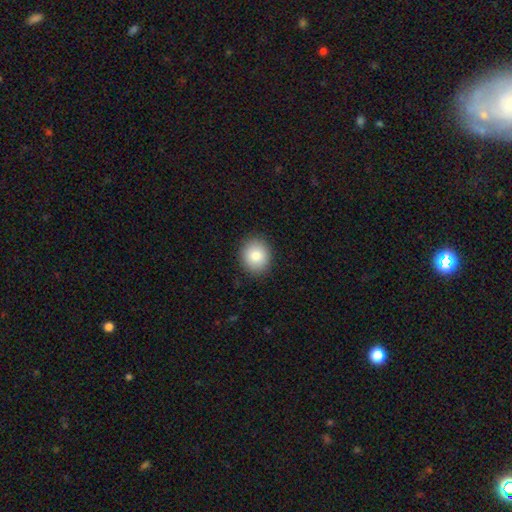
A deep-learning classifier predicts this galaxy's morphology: Smooth or featured? smooth (84%)
How rounded? round (78%)
Merging? none (90%)